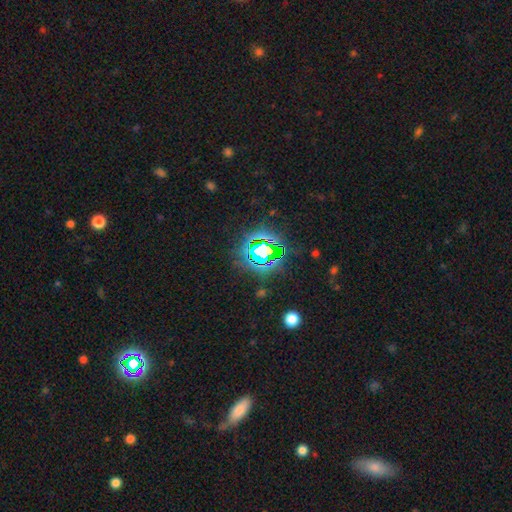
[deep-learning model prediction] This is clearly a star or artifact rather than a galaxy (81%).